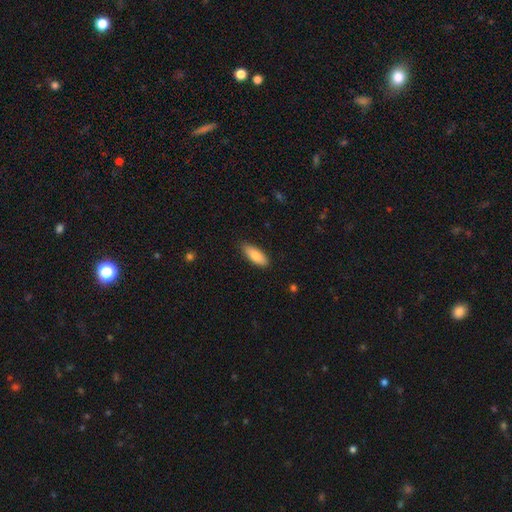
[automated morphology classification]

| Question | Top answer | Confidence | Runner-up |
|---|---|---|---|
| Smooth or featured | smooth | 82% | featured or disk (12%) |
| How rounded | in between | 72% | cigar-shaped (26%) |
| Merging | none | 86% | minor disturbance (11%) |